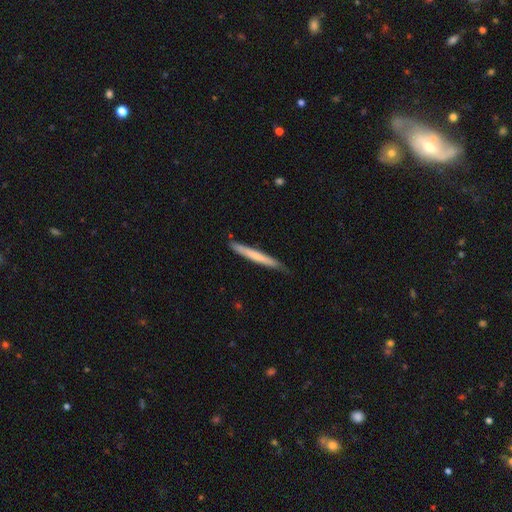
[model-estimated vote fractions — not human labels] A smooth galaxy with no disk features (64%) that is cigar-shaped (97%).

Vote fractions:
- Smooth or featured? smooth: 64% / featured or disk: 31% / star or artifact: 5%
- How rounded? cigar-shaped: 97% / in between: 2% / round: 1%
- Merging? none: 80% / minor disturbance: 16% / major disturbance: 2% / merger: 1%